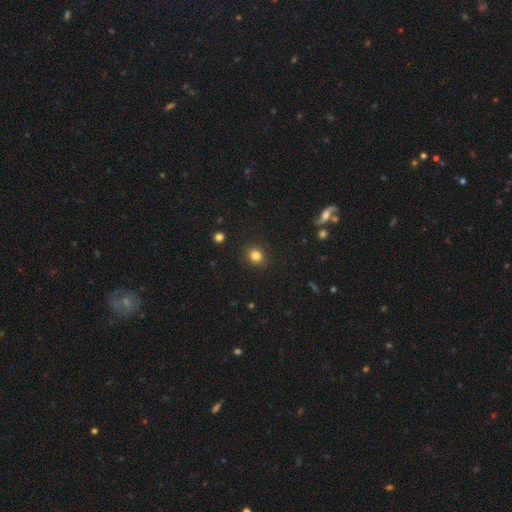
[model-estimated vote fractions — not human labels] A smooth galaxy with no disk features (83%) that is round (78%).

Vote fractions:
- Smooth or featured? smooth: 83% / star or artifact: 12% / featured or disk: 5%
- How rounded? round: 78% / in between: 21% / cigar-shaped: 1%
- Merging? none: 90% / minor disturbance: 6% / major disturbance: 2% / merger: 1%